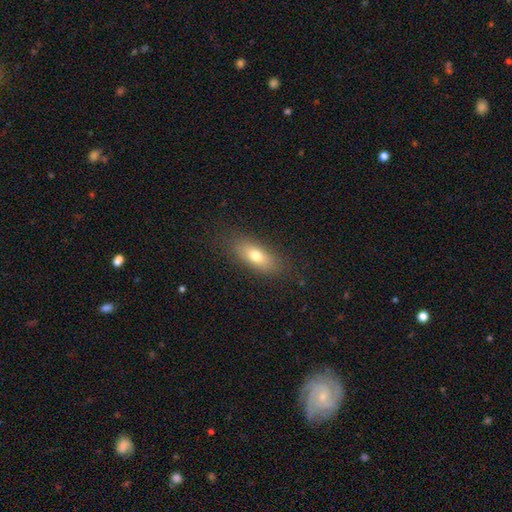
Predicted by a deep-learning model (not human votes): A smooth galaxy with no disk features (72%) that is in between round and cigar-shaped (75%). Merging: none (82%).